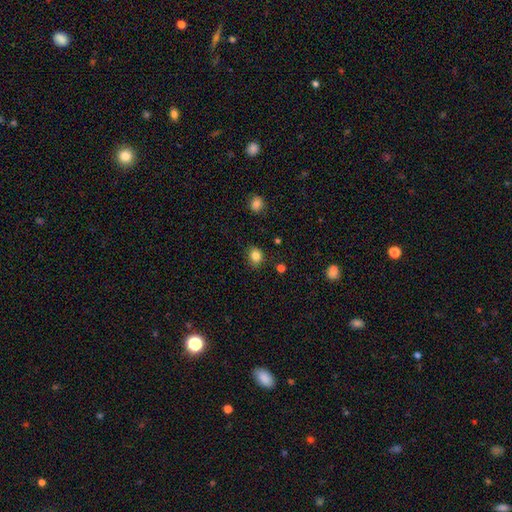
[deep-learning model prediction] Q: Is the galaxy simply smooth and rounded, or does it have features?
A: smooth — 83%.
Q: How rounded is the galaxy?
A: round — 63%.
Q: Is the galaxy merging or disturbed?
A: none — 83%.